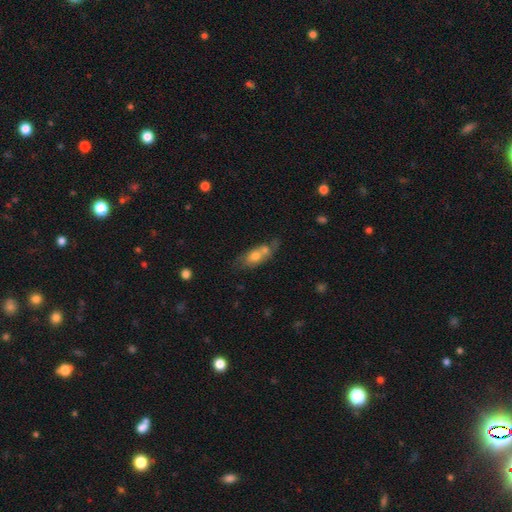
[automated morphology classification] Smooth or featured: smooth — 63% (featured or disk — 28%)
How rounded: in between — 74% (round — 13%)
Merging: merger — 46% (none — 32%)